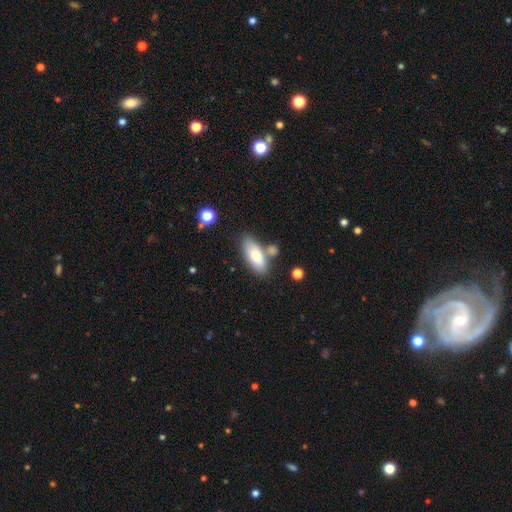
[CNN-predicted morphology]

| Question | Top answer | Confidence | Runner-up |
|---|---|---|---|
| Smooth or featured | smooth | 70% | featured or disk (23%) |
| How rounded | in between | 80% | cigar-shaped (17%) |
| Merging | none | 67% | merger (16%) |